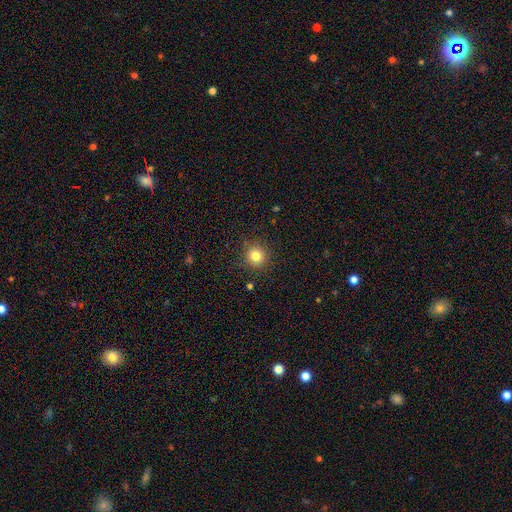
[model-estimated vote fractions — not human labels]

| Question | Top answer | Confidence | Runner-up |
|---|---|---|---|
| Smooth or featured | smooth | 81% | star or artifact (13%) |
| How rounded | round | 93% | in between (6%) |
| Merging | none | 89% | minor disturbance (7%) |